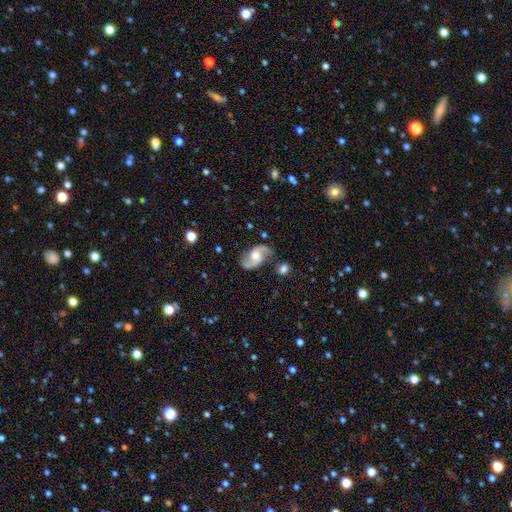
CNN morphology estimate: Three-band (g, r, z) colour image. It shows a featured or disk galaxy (83%) with no bar (56%), 2 (93%) loose (49%) spiral arms (95%) and a moderate central bulge (58%). Merging: none (74%).